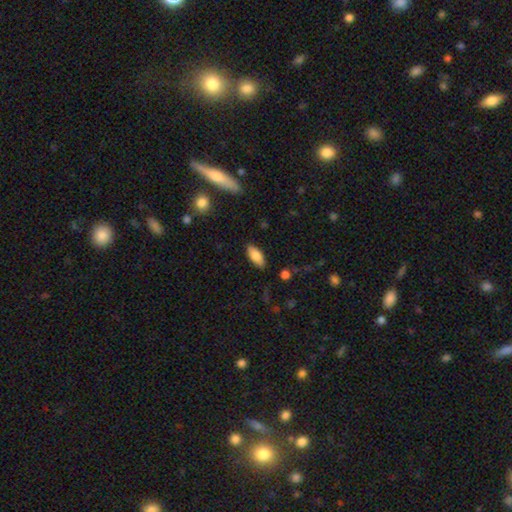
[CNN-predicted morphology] A smooth galaxy with no disk features (83%) that is in between round and cigar-shaped (85%).

Vote fractions:
- Smooth or featured? smooth: 83% / featured or disk: 10% / star or artifact: 7%
- How rounded? in between: 85% / cigar-shaped: 13% / round: 2%
- Merging? none: 86% / minor disturbance: 10% / major disturbance: 2% / merger: 1%